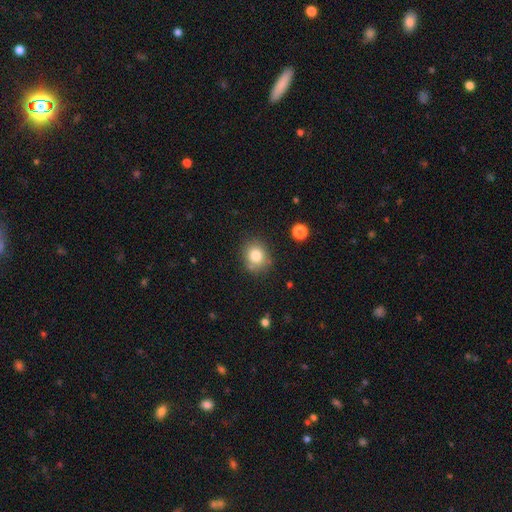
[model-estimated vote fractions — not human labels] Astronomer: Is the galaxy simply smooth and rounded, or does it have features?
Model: smooth — 81%.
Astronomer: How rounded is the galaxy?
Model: round — 72%.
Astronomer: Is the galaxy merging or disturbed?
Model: none — 78%.